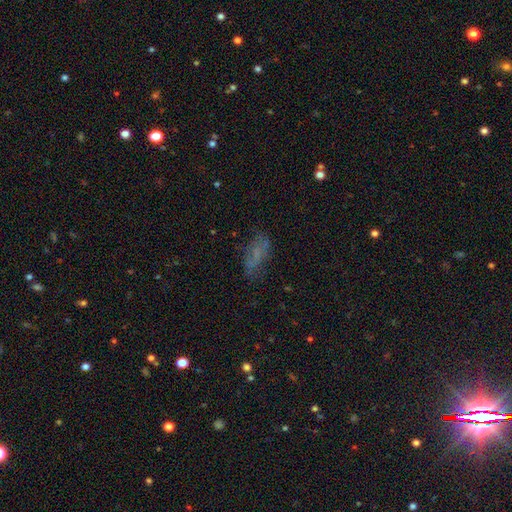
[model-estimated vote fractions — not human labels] Smooth or featured: smooth — 48% (featured or disk — 34%)
Merging: none — 59% (minor disturbance — 21%)